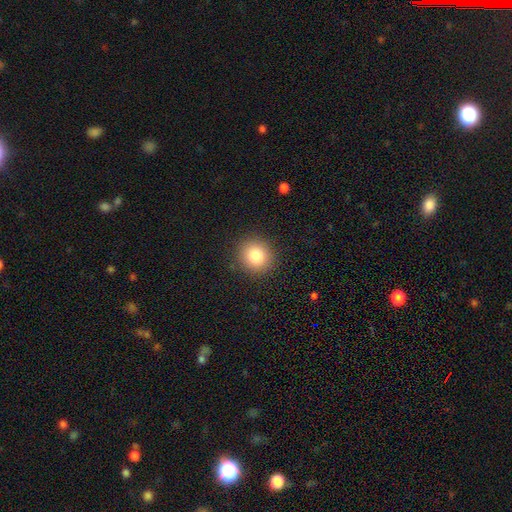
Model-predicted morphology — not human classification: type=smooth (84%); roundness=round (87%); merging=none (90%).